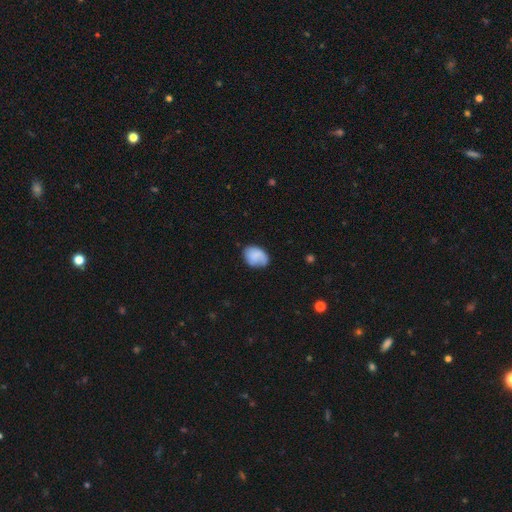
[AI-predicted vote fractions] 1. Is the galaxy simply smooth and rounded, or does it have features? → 75% smooth, 17% featured or disk, 8% star or artifact.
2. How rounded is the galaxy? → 75% in between, 24% round, 1% cigar-shaped.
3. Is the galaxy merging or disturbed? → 58% none, 31% minor disturbance, 9% major disturbance, 2% merger.